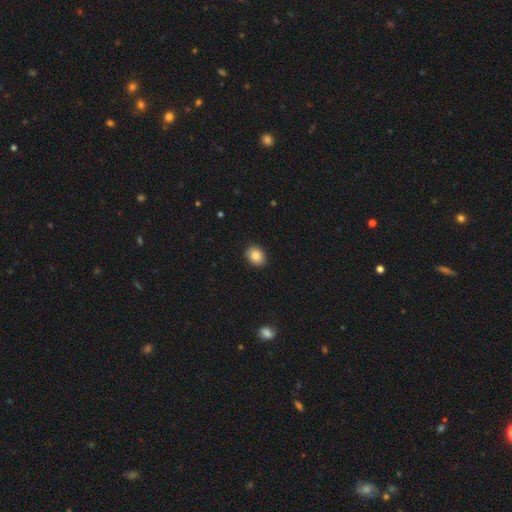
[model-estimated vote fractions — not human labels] Smooth or featured? Predicted: smooth (p=0.86). How rounded? Predicted: in between (p=0.63). Merging? Predicted: none (p=0.90).